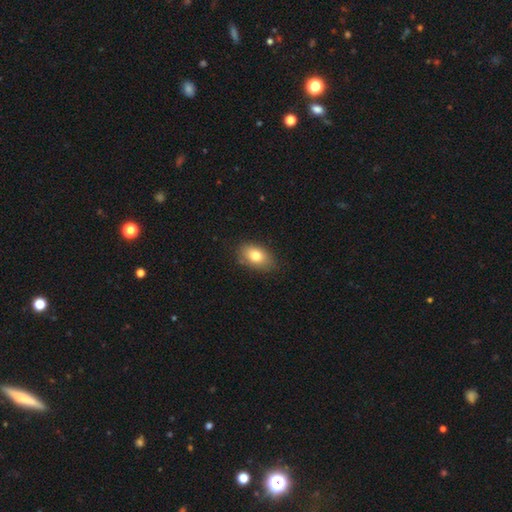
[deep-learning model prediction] Overall: smooth (78%). How rounded: in between (86%). Merging: none (83%).